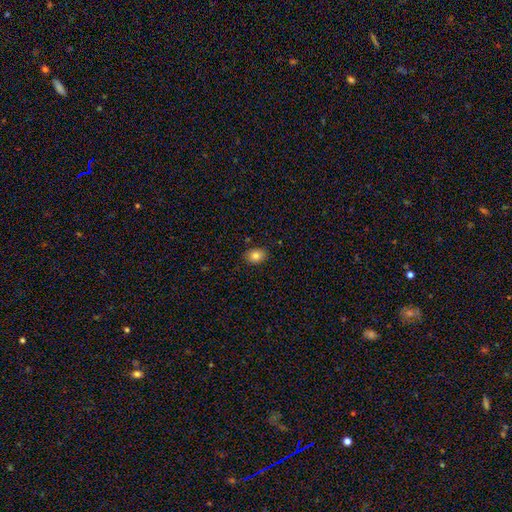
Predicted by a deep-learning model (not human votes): smooth 83%, star or artifact 10%, featured or disk 7%. Down the decision tree: how rounded — in between (61%); merging — none (84%).